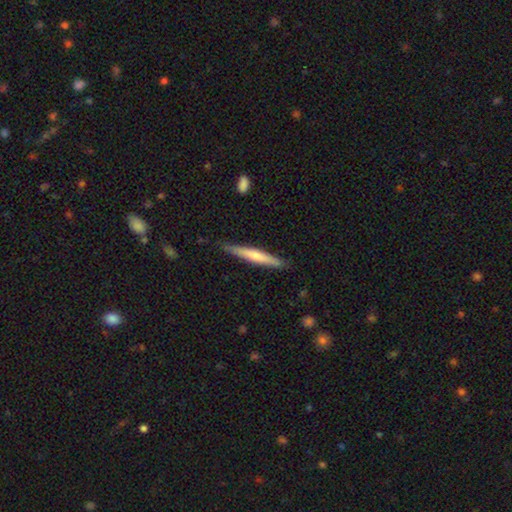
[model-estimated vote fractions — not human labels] The model was most divided on "smooth or featured": smooth: 56%, featured or disk: 39%, star or artifact: 5%. More confident: how rounded — cigar-shaped (95%); merging — none (85%).